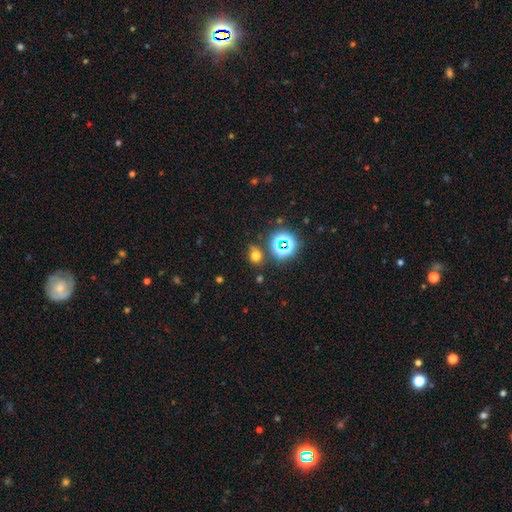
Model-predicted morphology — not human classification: Q: Smooth or featured?
A: smooth (61%); runner-up: star or artifact (30%)
Q: How rounded?
A: round (62%); runner-up: in between (37%)
Q: Merging?
A: none (72%); runner-up: minor disturbance (15%)